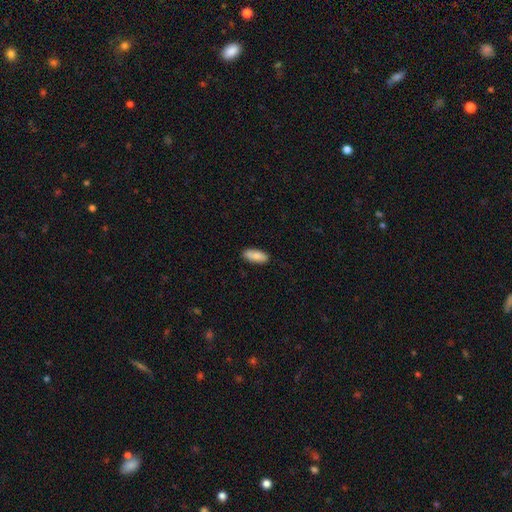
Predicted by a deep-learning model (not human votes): smooth_or_featured: smooth (p=0.87) [alt: featured or disk p=0.07]
how_rounded: in between (p=0.80) [alt: cigar-shaped p=0.18]
merging: none (p=0.87) [alt: minor disturbance p=0.10]